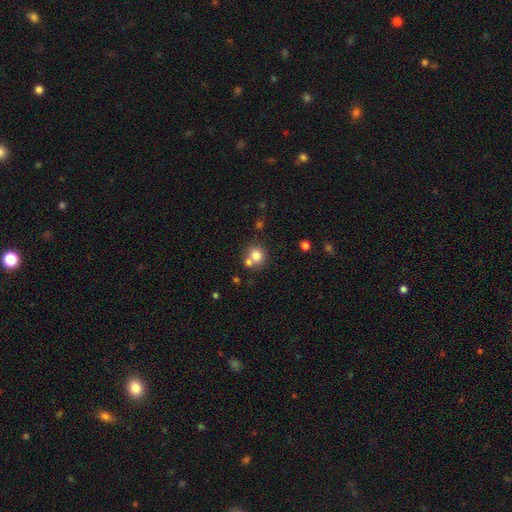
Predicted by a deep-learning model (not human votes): Morphology: type=smooth (78%); roundness=round (83%); merging=none (56%).